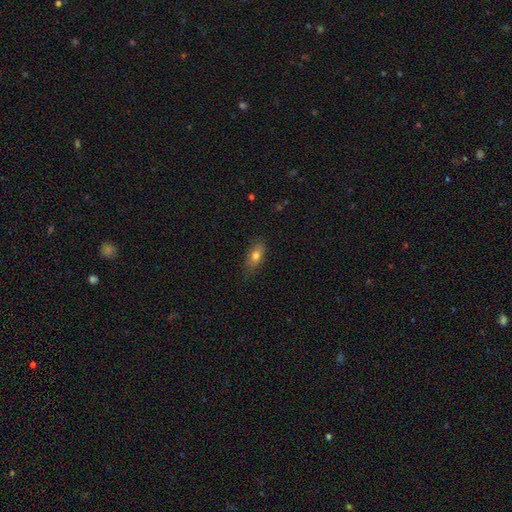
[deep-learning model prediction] smooth_or_featured: smooth (p=0.77) [alt: featured or disk p=0.16]
how_rounded: in between (p=0.84) [alt: cigar-shaped p=0.11]
merging: none (p=0.76) [alt: minor disturbance p=0.19]